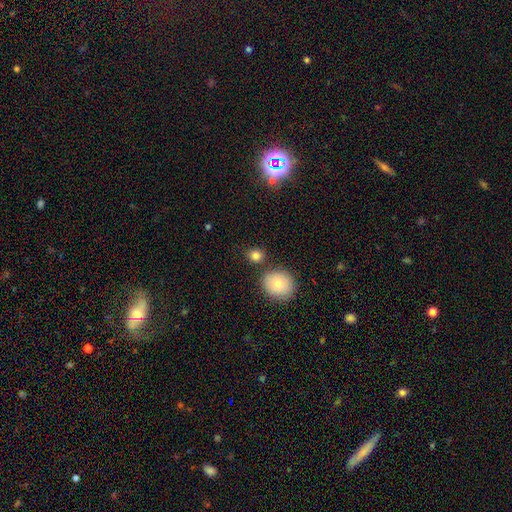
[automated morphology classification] Smooth or featured: smooth — 84% (star or artifact — 11%)
How rounded: round — 75% (in between — 23%)
Merging: none — 76% (merger — 11%)